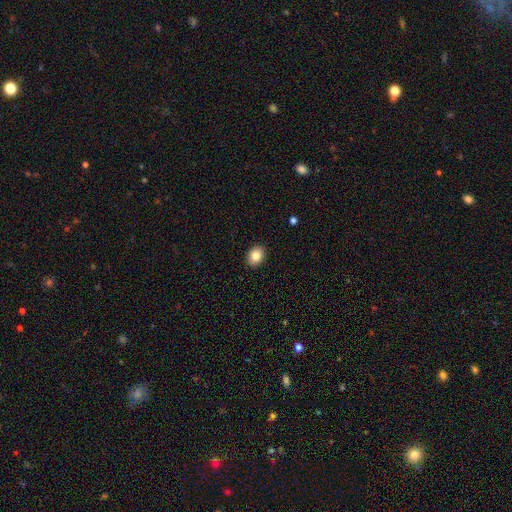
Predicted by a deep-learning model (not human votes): Smooth or featured? smooth (85%)
How rounded? in between (57%)
Merging? none (91%)